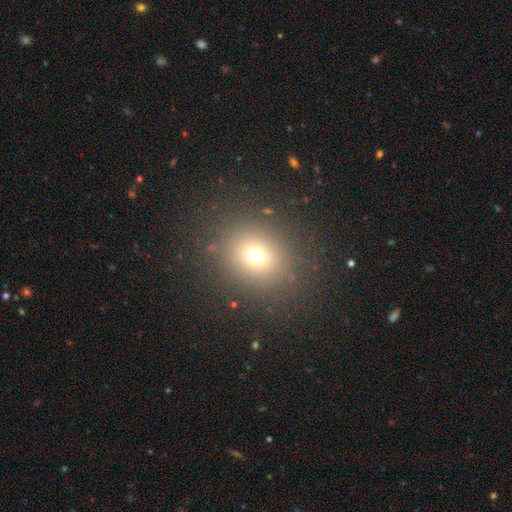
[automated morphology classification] A smooth galaxy with no disk features (68%) that is round (77%).

Vote fractions:
- Smooth or featured? smooth: 68% / star or artifact: 22% / featured or disk: 10%
- How rounded? round: 77% / in between: 22% / cigar-shaped: 1%
- Merging? none: 84% / minor disturbance: 8% / major disturbance: 6% / merger: 2%